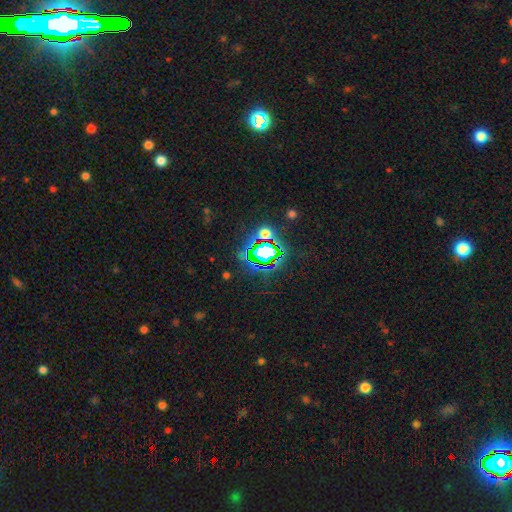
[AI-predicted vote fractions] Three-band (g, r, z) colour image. It shows a star or artifact, not a galaxy (79%).